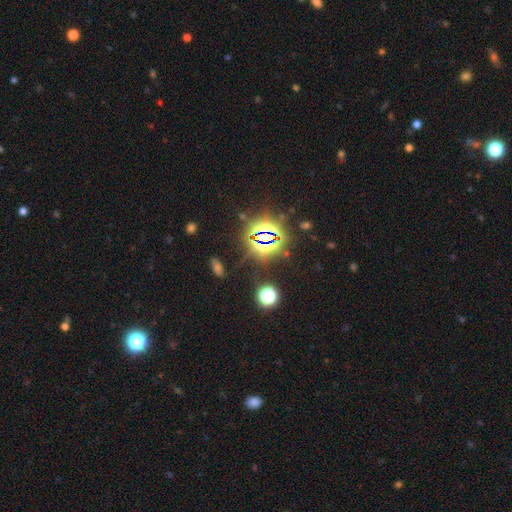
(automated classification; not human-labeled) smooth_or_featured: star or artifact (p=0.82) [alt: smooth p=0.11]